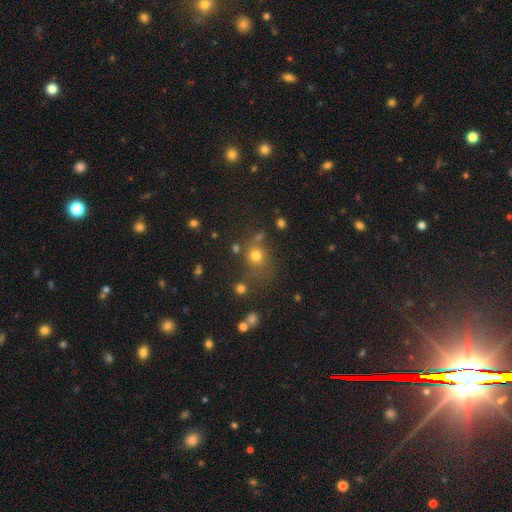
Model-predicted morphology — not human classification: smooth_or_featured: smooth (p=0.71) [alt: star or artifact p=0.19]
how_rounded: round (p=0.81) [alt: in between p=0.18]
merging: none (p=0.65) [alt: minor disturbance p=0.14]